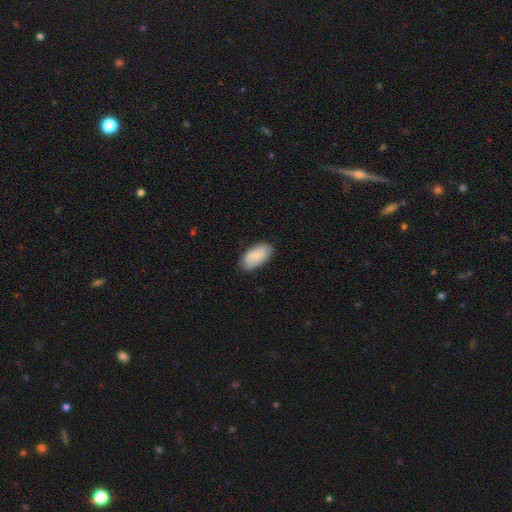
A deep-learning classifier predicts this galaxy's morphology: Smooth or featured? Predicted: smooth (p=0.76). How rounded? Predicted: in between (p=0.95). Merging? Predicted: none (p=0.81).